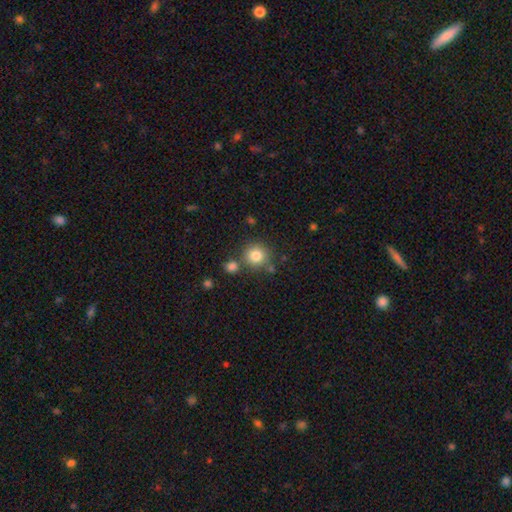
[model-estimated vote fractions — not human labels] Smooth or featured? smooth (82%)
How rounded? round (92%)
Merging? none (75%)